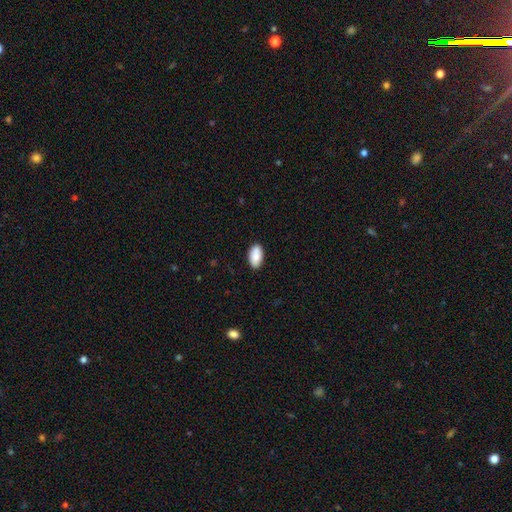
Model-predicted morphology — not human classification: The model was most divided on "merging": none: 84%, minor disturbance: 11%, merger: 2%, major disturbance: 2%. More confident: how rounded — in between (94%); smooth or featured — smooth (86%).